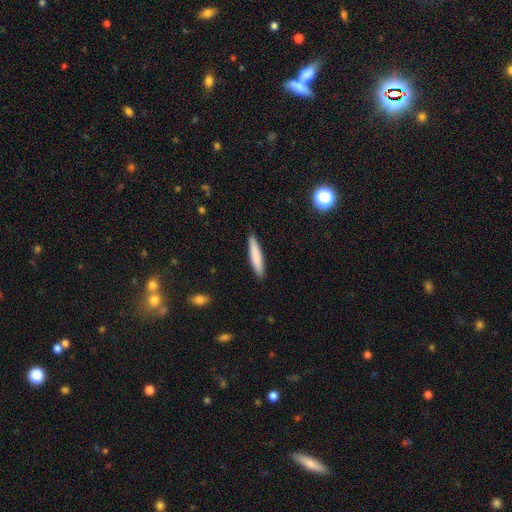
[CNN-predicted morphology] This is clearly a smooth galaxy (81%). How rounded: clearly cigar-shaped (90%). Merging: clearly none (91%).